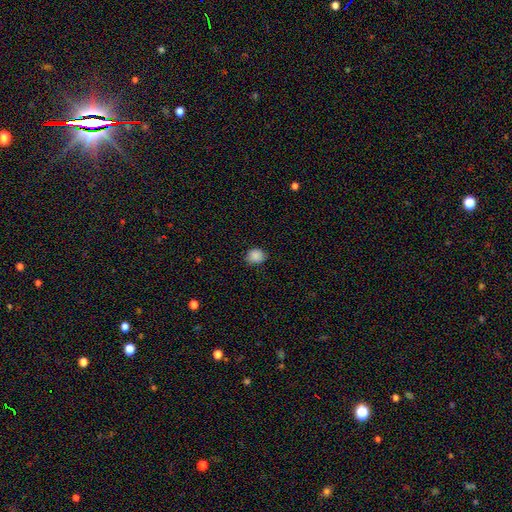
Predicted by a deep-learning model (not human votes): Smooth or featured?
  - smooth: 87% *
  - star or artifact: 10%
  - featured or disk: 3%
How rounded?
  - round: 66% *
  - in between: 34%
  - cigar-shaped: 1%
Merging?
  - none: 80% *
  - minor disturbance: 16%
  - major disturbance: 3%
  - merger: 1%